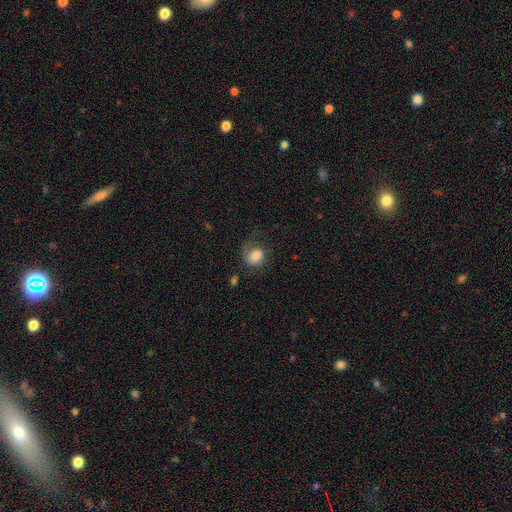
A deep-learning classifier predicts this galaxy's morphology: smooth 78%, featured or disk 14%, star or artifact 9%. Down the decision tree: how rounded — round (64%); merging — none (48%).